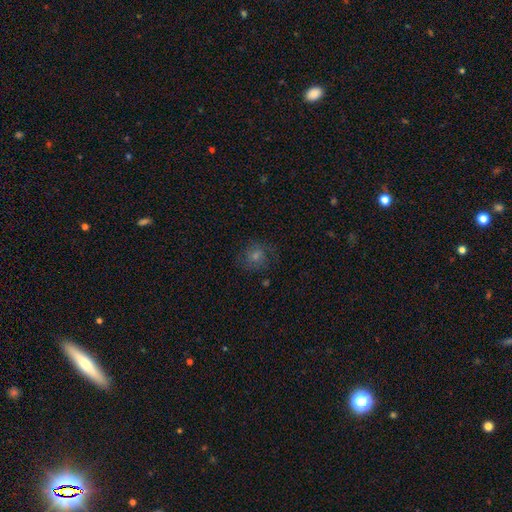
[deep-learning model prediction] Morphology: type=smooth (43%); merging=none (78%).